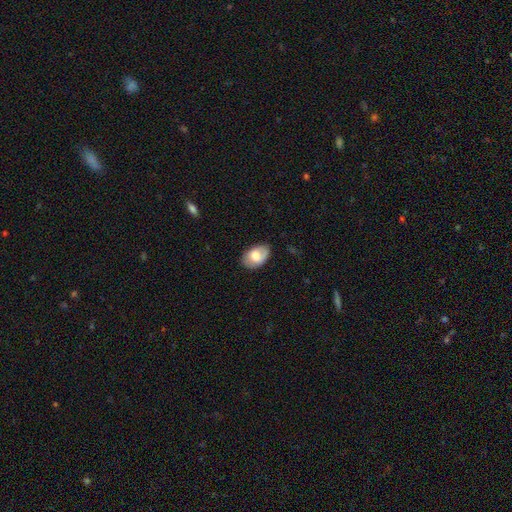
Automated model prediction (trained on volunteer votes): This appears to be a smooth galaxy with no disk features (67%) that is in between round and cigar-shaped (88%). Merging: none (77%).